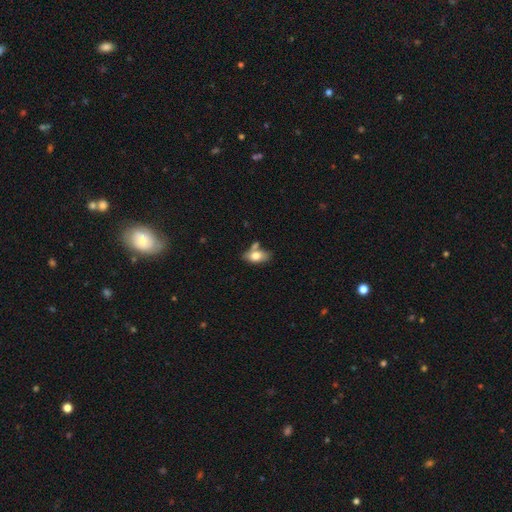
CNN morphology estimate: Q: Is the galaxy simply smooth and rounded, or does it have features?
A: smooth — 75%.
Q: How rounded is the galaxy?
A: in between — 89%.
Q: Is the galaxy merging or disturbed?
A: none — 56%.